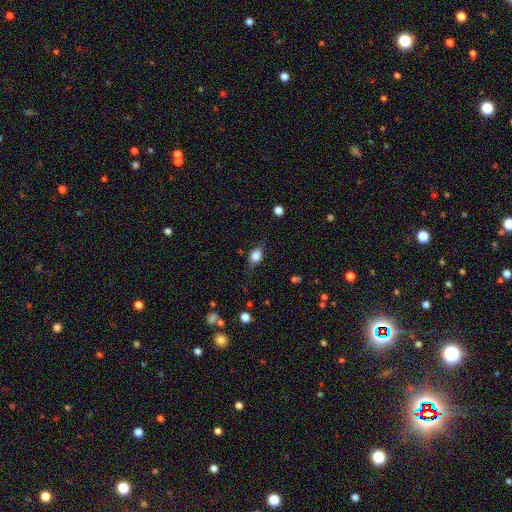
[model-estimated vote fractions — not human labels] Smooth or featured?
  - smooth: 77% *
  - featured or disk: 14%
  - star or artifact: 9%
How rounded?
  - in between: 68% *
  - round: 29%
  - cigar-shaped: 3%
Merging?
  - none: 70% *
  - minor disturbance: 22%
  - major disturbance: 7%
  - merger: 1%